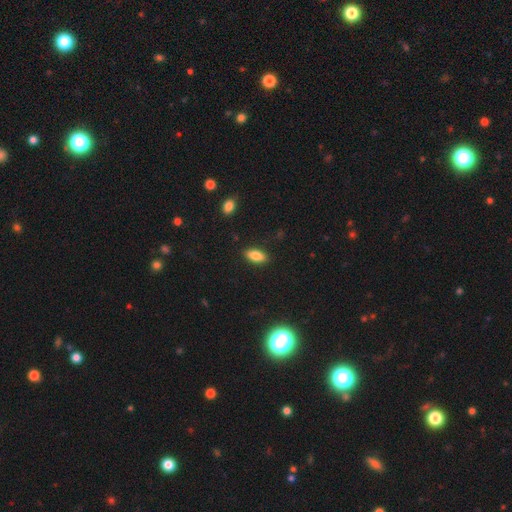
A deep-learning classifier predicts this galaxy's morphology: Smooth or featured: smooth — 83% (featured or disk — 9%)
How rounded: in between — 86% (cigar-shaped — 11%)
Merging: none — 88% (minor disturbance — 9%)